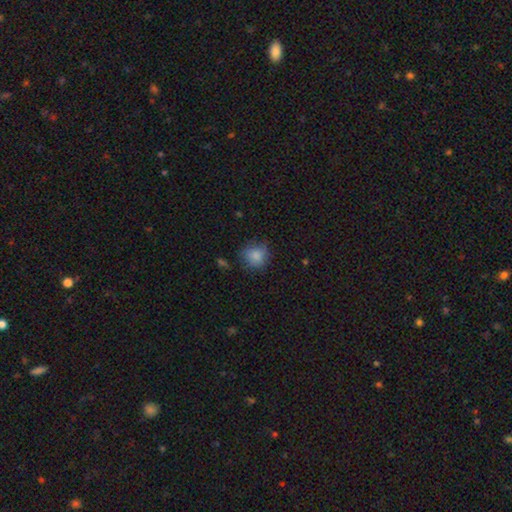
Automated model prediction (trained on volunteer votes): Smooth or featured? Predicted: smooth (p=0.83). How rounded? Predicted: round (p=0.82). Merging? Predicted: none (p=0.70).